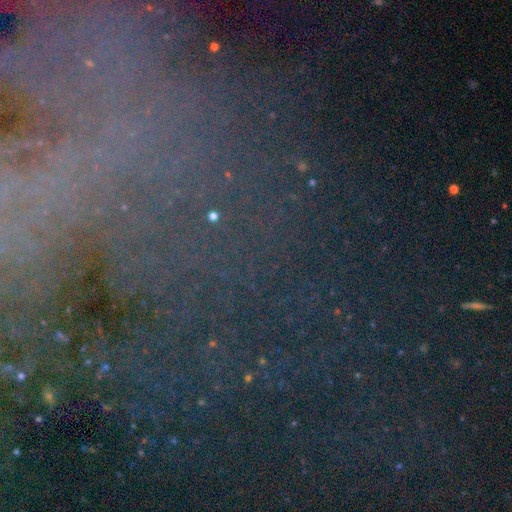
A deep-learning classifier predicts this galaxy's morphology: Smooth or featured? Predicted: star or artifact (p=0.70).